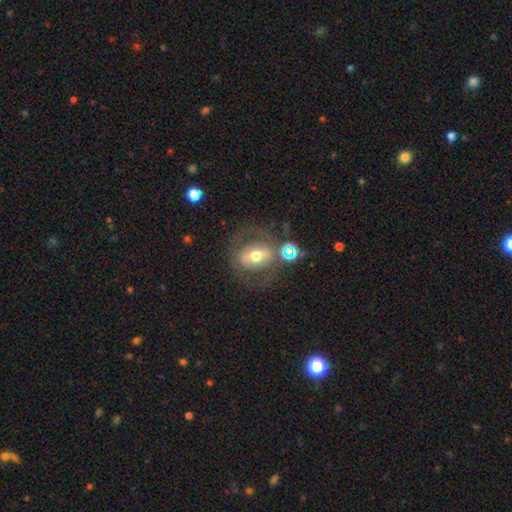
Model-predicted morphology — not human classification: smooth_or_featured: featured or disk (p=0.55) [alt: smooth p=0.34]
disk_edge_on: no (p=0.92) [alt: yes p=0.08]
bar: strong (p=0.37) [alt: no p=0.33]
has_spiral_arms: no (p=0.67) [alt: yes p=0.33]
bulge_size: moderate (p=0.70) [alt: small p=0.17]
merging: none (p=0.61) [alt: minor disturbance p=0.15]